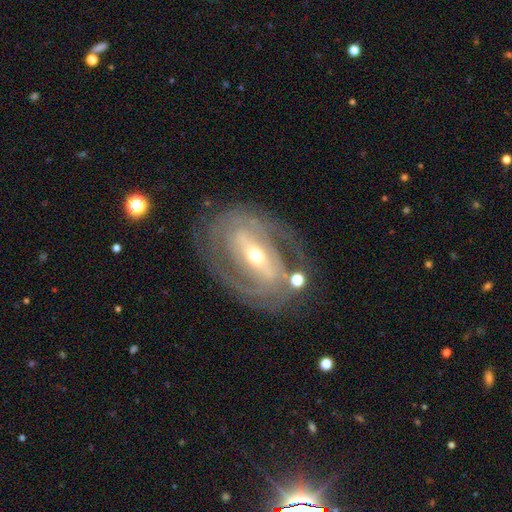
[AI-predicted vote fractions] Morphology: type=featured or disk (86%); edge-on=no (93%); bar=strong (58%); spiral arms=yes (83%); winding=tight (61%); arm count=2 (61%); bulge=moderate (49%); merging=none (74%).